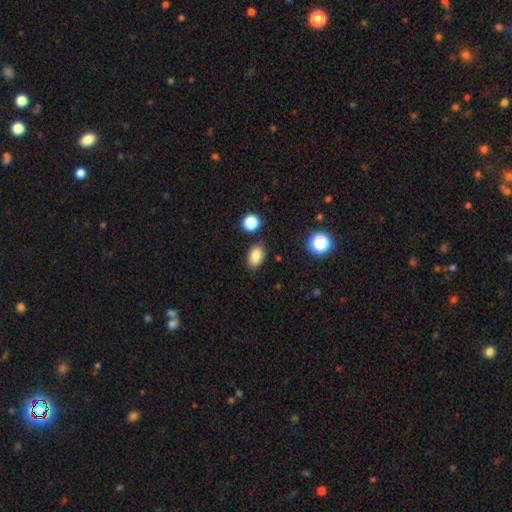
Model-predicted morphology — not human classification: Smooth or featured?
  - smooth: 84% *
  - star or artifact: 10%
  - featured or disk: 6%
How rounded?
  - in between: 86% *
  - round: 13%
  - cigar-shaped: 1%
Merging?
  - none: 85% *
  - minor disturbance: 10%
  - merger: 3%
  - major disturbance: 2%